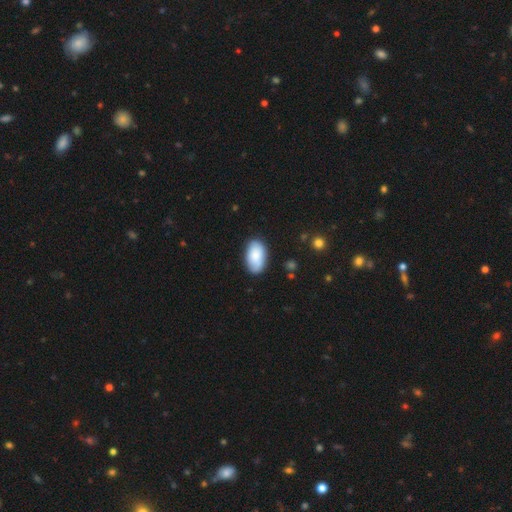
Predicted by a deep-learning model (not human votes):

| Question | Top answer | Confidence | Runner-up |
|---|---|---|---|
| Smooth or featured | smooth | 84% | featured or disk (9%) |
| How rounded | in between | 94% | round (4%) |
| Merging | none | 80% | minor disturbance (15%) |